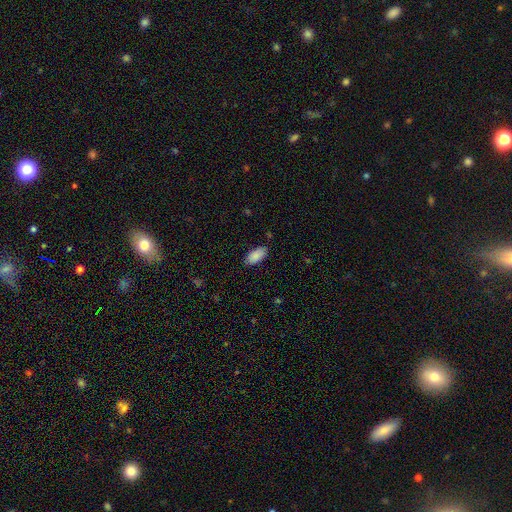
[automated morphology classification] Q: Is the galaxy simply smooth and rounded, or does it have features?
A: smooth — 89%.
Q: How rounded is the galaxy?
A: in between — 93%.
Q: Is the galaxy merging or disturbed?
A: none — 83%.